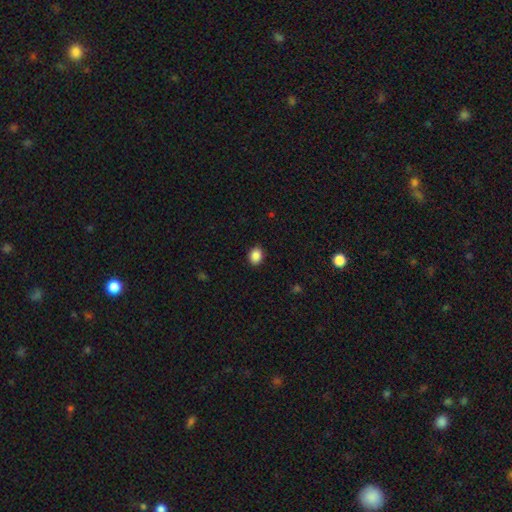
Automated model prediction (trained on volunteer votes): smooth_or_featured: smooth (p=0.88) [alt: star or artifact p=0.09]
how_rounded: in between (p=0.55) [alt: round p=0.44]
merging: none (p=0.89) [alt: minor disturbance p=0.08]